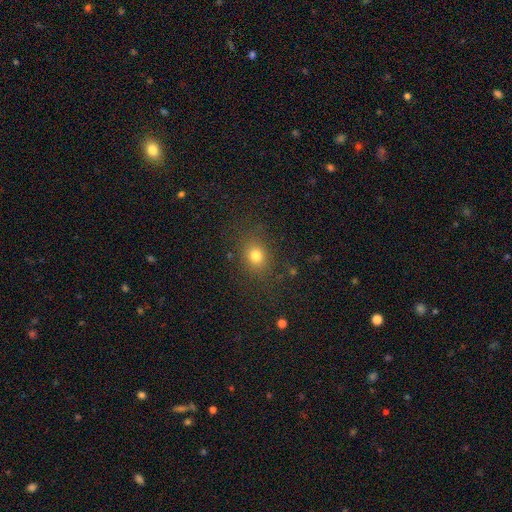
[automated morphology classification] type=smooth (76%); roundness=round (59%); merging=none (82%).